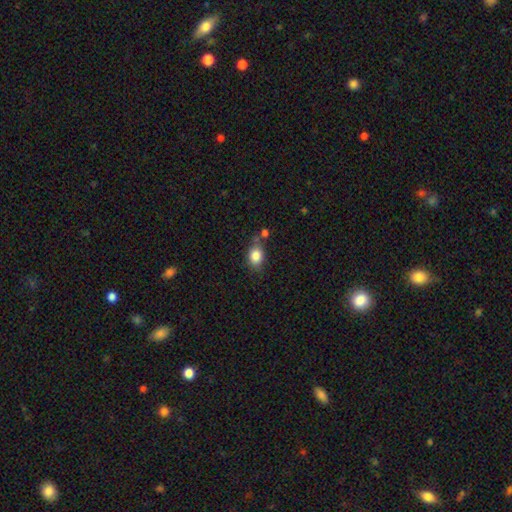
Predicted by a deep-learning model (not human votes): Overall: smooth (84%). How rounded: in between (60%; round 38%). Merging: none (61%).